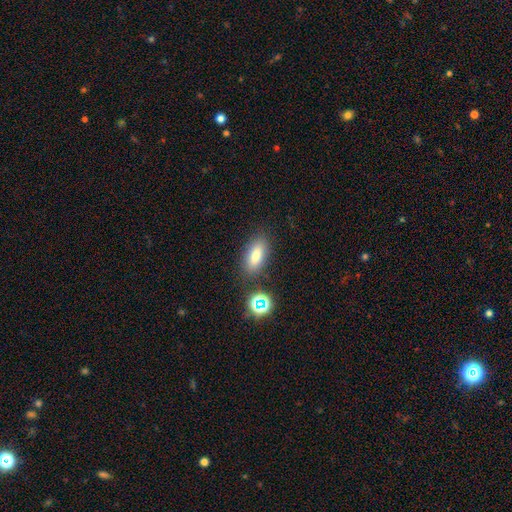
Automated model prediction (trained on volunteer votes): smooth_or_featured: smooth (p=0.79) [alt: star or artifact p=0.11]
how_rounded: in between (p=0.79) [alt: cigar-shaped p=0.17]
merging: none (p=0.82) [alt: minor disturbance p=0.11]